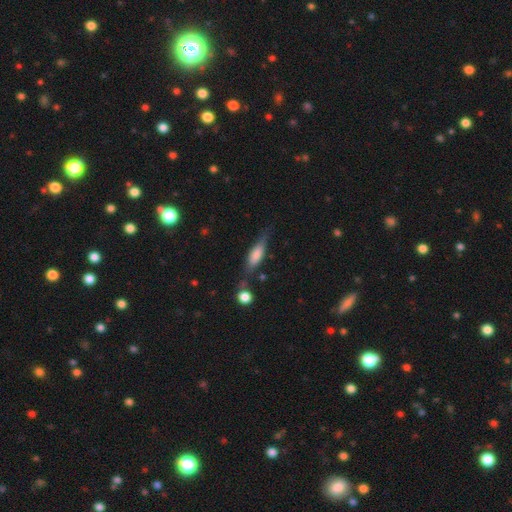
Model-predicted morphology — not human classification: This is likely a smooth galaxy (64%). How rounded: possibly cigar-shaped (51%). Merging: likely none (61%).